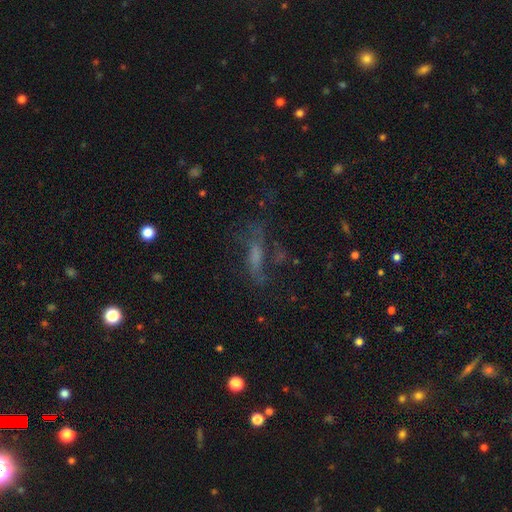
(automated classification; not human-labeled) This is marginally a featured or disk galaxy (40%). Merging: possibly none (48%).